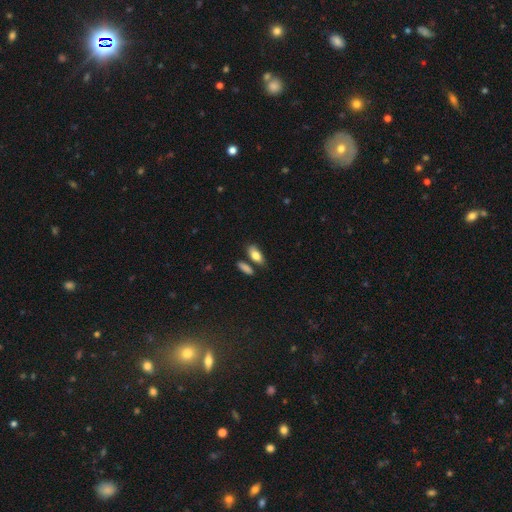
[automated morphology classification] Smooth or featured?
  - smooth: 81% *
  - featured or disk: 12%
  - star or artifact: 7%
How rounded?
  - in between: 82% *
  - cigar-shaped: 14%
  - round: 4%
Merging?
  - none: 72% *
  - minor disturbance: 13%
  - merger: 12%
  - major disturbance: 3%